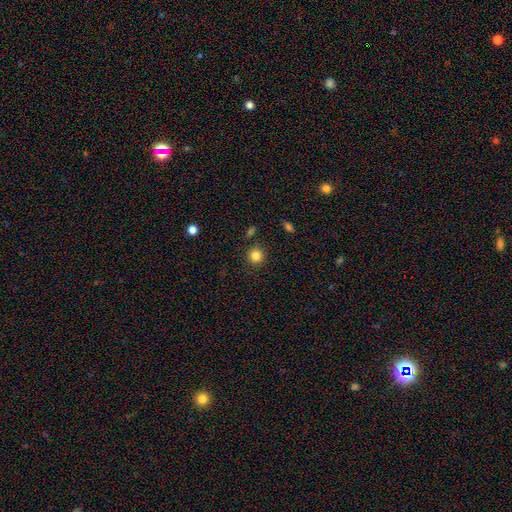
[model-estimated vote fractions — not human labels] A smooth galaxy with no disk features (84%) that is round (93%). Merging: none (89%).